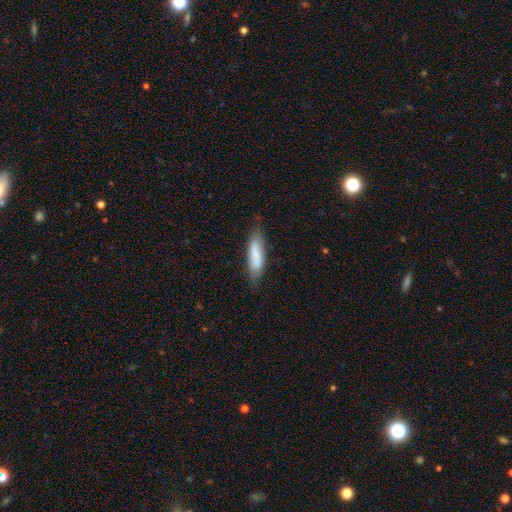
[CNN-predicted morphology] A smooth galaxy with no disk features (77%) that is cigar-shaped (62%).

Vote fractions:
- Smooth or featured? smooth: 77% / featured or disk: 17% / star or artifact: 6%
- How rounded? cigar-shaped: 62% / in between: 37% / round: 2%
- Merging? none: 72% / minor disturbance: 21% / major disturbance: 4% / merger: 2%